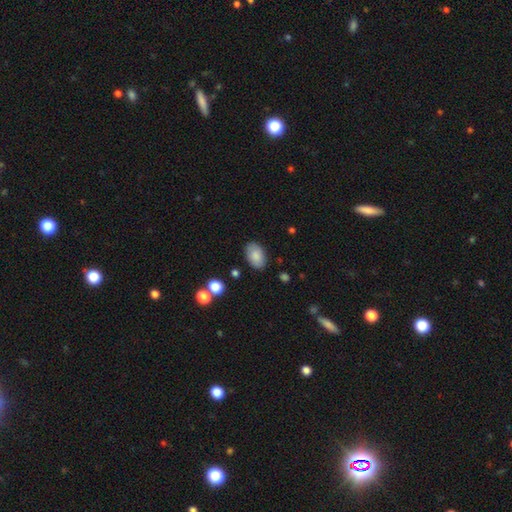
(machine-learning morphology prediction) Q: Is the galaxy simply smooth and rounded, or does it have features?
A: smooth — 84%.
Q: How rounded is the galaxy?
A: in between — 90%.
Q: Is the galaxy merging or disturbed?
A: none — 85%.